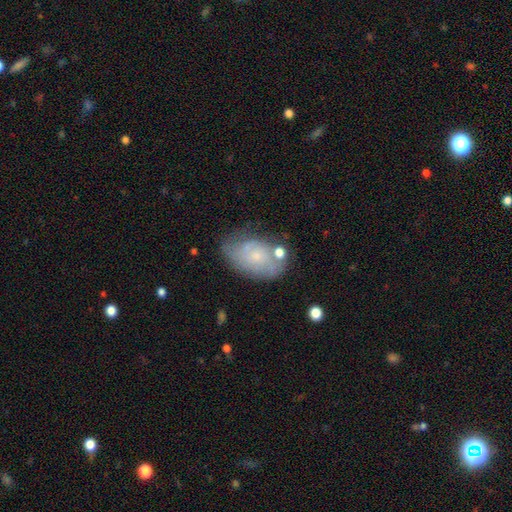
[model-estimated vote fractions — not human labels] Morphology: type=featured or disk (54%); edge-on=no (96%); bar=no (78%); spiral arms=yes (74%); bulge=small (67%); merging=none (53%).